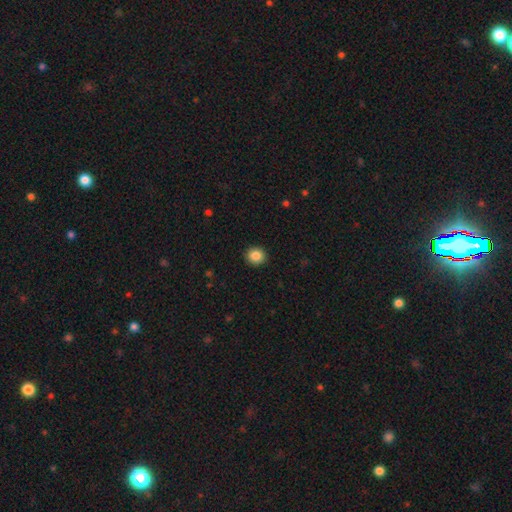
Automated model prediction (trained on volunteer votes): smooth-or-featured: smooth: 87% | star or artifact: 9% | featured or disk: 4%
  how-rounded: round: 83% | in between: 16% | cigar-shaped: 1%
  merging: none: 92% | minor disturbance: 5% | major disturbance: 2% | merger: 1%